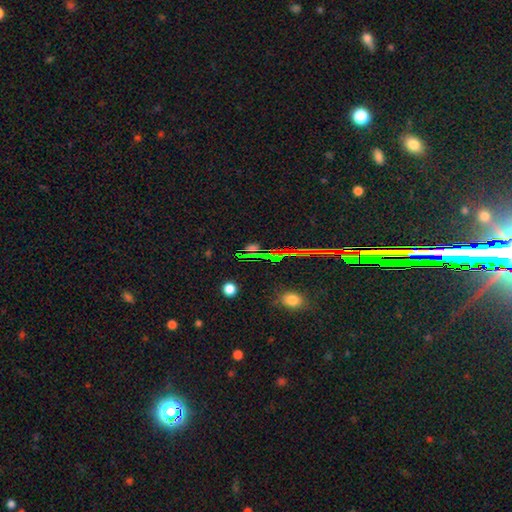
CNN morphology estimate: This is possibly a star or artifact rather than a galaxy (59%).